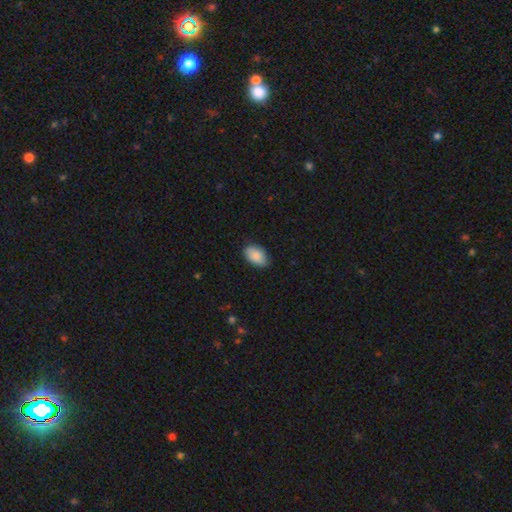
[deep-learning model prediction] This appears to be a smooth galaxy with no disk features (88%) that is in between round and cigar-shaped (93%). Merging: none (84%).